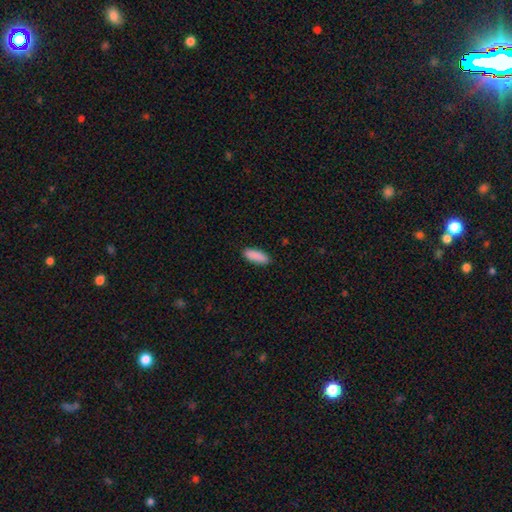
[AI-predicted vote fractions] smooth-or-featured: smooth: 90% | star or artifact: 6% | featured or disk: 4%
  how-rounded: in between: 65% | cigar-shaped: 33% | round: 2%
  merging: none: 88% | minor disturbance: 9% | major disturbance: 2% | merger: 1%